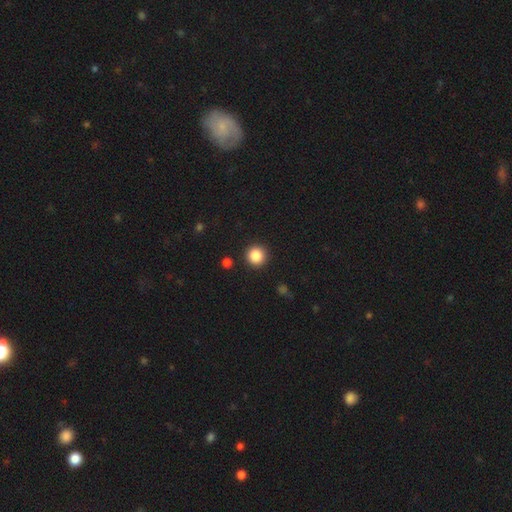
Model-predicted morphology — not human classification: A smooth galaxy with no disk features (86%) that is round (95%).

Vote fractions:
- Smooth or featured? smooth: 86% / star or artifact: 10% / featured or disk: 4%
- How rounded? round: 95% / in between: 4% / cigar-shaped: 1%
- Merging? none: 91% / minor disturbance: 5% / major disturbance: 2% / merger: 2%